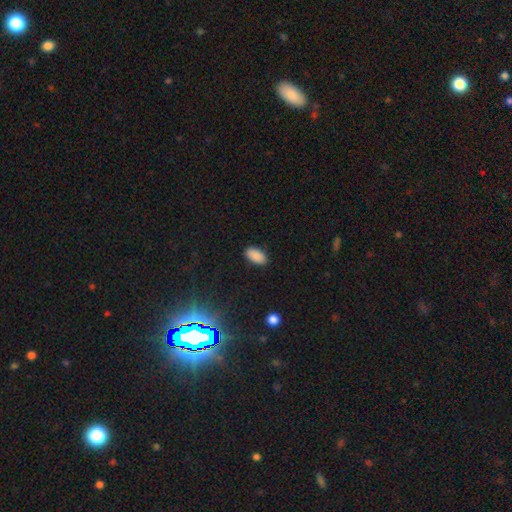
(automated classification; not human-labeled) A smooth galaxy with no disk features (88%) that is in between round and cigar-shaped (94%). Merging: none (88%).